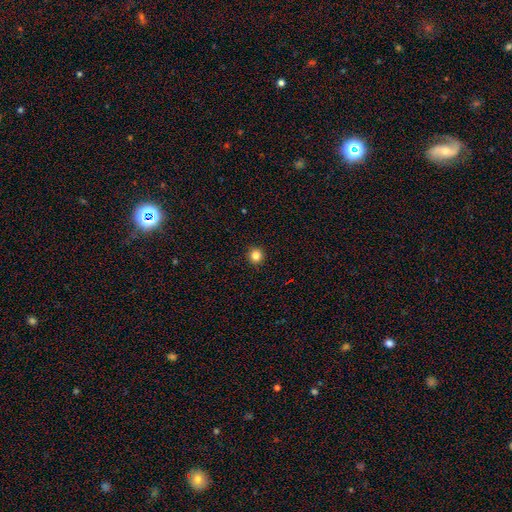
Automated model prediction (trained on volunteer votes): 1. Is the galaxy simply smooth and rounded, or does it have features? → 83% smooth, 12% star or artifact, 4% featured or disk.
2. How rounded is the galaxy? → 94% round, 5% in between, 1% cigar-shaped.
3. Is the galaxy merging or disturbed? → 94% none, 4% minor disturbance, 1% major disturbance, 1% merger.